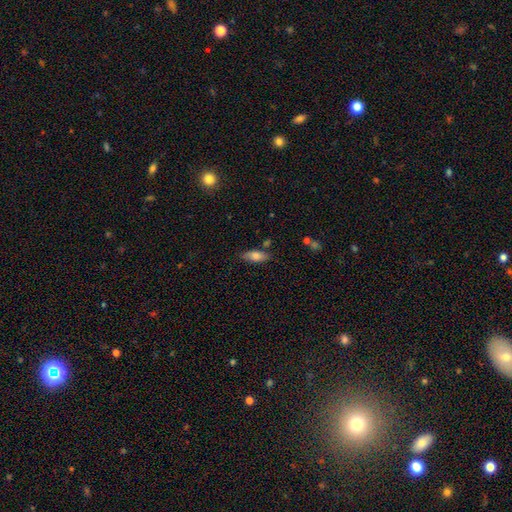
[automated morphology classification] Smooth or featured?
  - smooth: 75% *
  - featured or disk: 17%
  - star or artifact: 8%
How rounded?
  - in between: 74% *
  - cigar-shaped: 23%
  - round: 3%
Merging?
  - none: 77% *
  - minor disturbance: 15%
  - merger: 5%
  - major disturbance: 3%